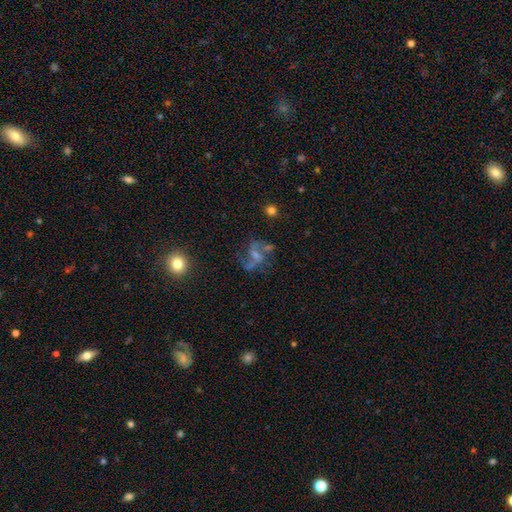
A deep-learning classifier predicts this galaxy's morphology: Smooth or featured?
  - featured or disk: 69% *
  - smooth: 17%
  - star or artifact: 14%
Edge-on disk?
  - no: 97% *
  - yes: 3%
Bar?
  - weak: 44% *
  - no: 39%
  - strong: 18%
Spiral arms?
  - yes: 79% *
  - no: 21%
Spiral winding?
  - loose: 64% *
  - medium: 29%
  - tight: 7%
Spiral arm count?
  - 2: 80% *
  - can't tell: 8%
  - 1: 6%
  - 3: 3%
  - 4: 2%
  - more than 4: 2%
Bulge size?
  - small: 42% *
  - none: 27%
  - moderate: 26%
  - large: 4%
  - dominant: 1%
Merging?
  - none: 45% *
  - major disturbance: 26%
  - minor disturbance: 18%
  - merger: 11%